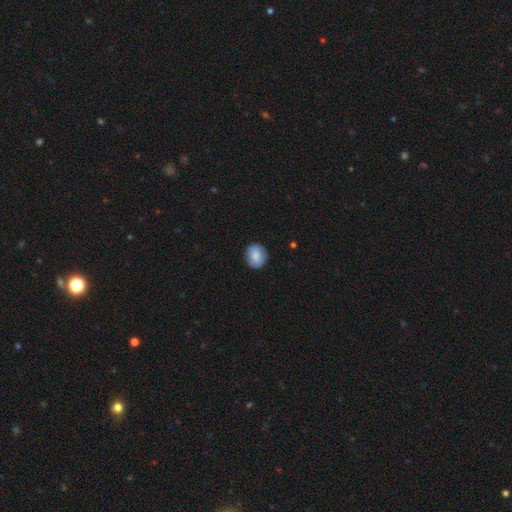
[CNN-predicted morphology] Q: Smooth or featured?
A: smooth (82%); runner-up: featured or disk (11%)
Q: How rounded?
A: round (76%); runner-up: in between (23%)
Q: Merging?
A: none (88%); runner-up: minor disturbance (9%)